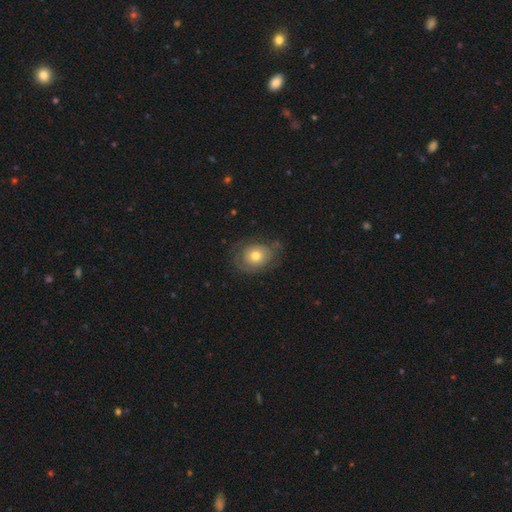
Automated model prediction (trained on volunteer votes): A smooth galaxy with no disk features (60%) that is round (50%).

Vote fractions:
- Smooth or featured? smooth: 60% / featured or disk: 32% / star or artifact: 8%
- How rounded? round: 50% / in between: 49% / cigar-shaped: 1%
- Merging? none: 63% / minor disturbance: 25% / major disturbance: 10% / merger: 2%